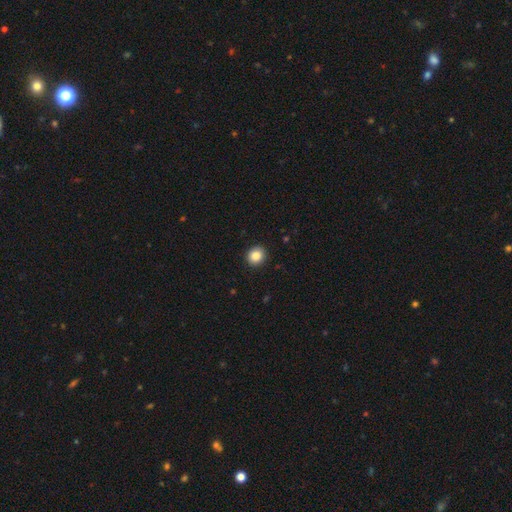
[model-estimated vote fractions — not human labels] This is clearly a smooth galaxy (86%). How rounded: clearly round (81%). Merging: clearly none (91%).